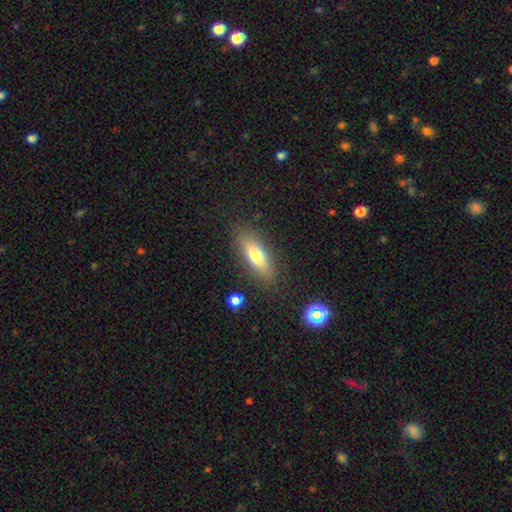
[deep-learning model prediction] This is likely a smooth galaxy (72%). How rounded: possibly in between (57%). Merging: clearly none (85%).